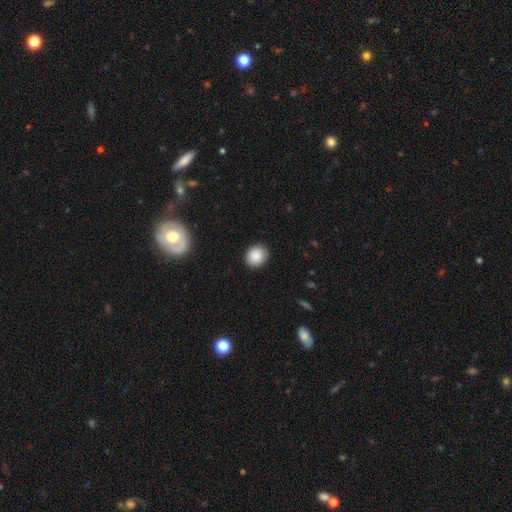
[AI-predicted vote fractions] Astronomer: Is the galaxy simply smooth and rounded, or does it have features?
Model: smooth — 87%.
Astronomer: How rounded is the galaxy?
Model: round — 73%.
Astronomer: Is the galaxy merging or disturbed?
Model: none — 86%.